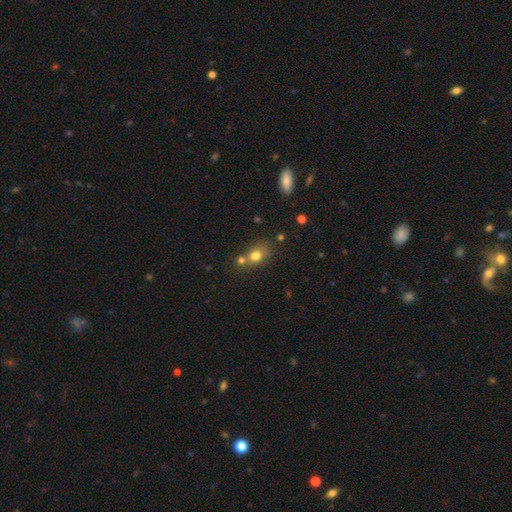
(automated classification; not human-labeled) Overall: smooth (74%). How rounded: in between (51%; round 48%). Merging: none (44%; merger 36%).